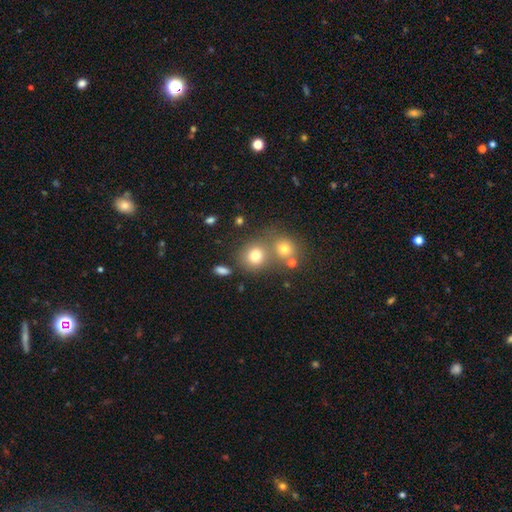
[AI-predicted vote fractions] Overall: smooth (75%). How rounded: round (81%). Merging: none (56%; merger 29%).